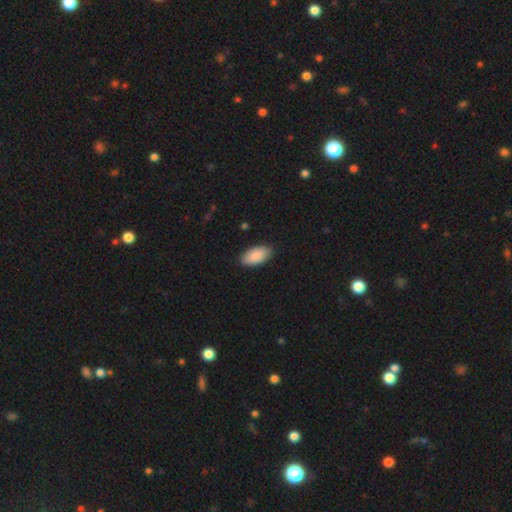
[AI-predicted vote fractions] This is clearly a smooth galaxy (89%). How rounded: clearly in between (95%). Merging: clearly none (88%).